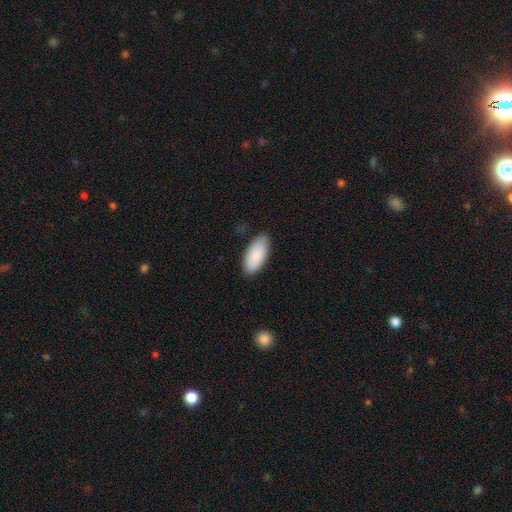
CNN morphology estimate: This is clearly a smooth galaxy (88%). How rounded: clearly in between (91%). Merging: clearly none (84%).